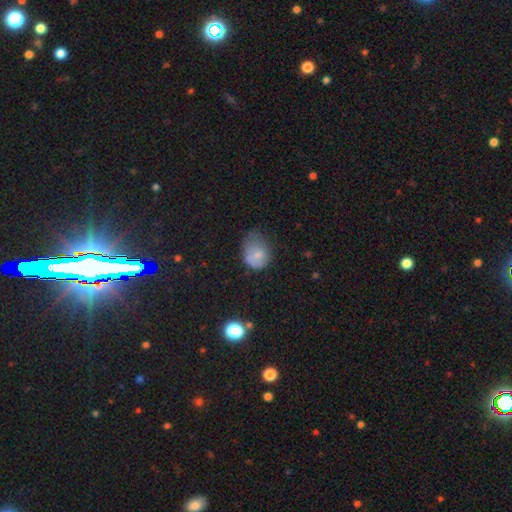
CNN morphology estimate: The model was most divided on "how rounded": in between: 51%, round: 48%, cigar-shaped: 1%. Remaining: smooth or featured — smooth (69%); merging — minor disturbance (37%).